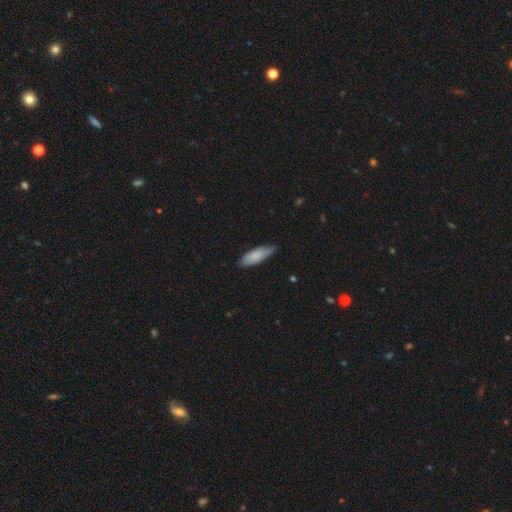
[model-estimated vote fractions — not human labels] Overall: smooth (80%). How rounded: in between (62%; cigar-shaped 36%). Merging: none (73%).